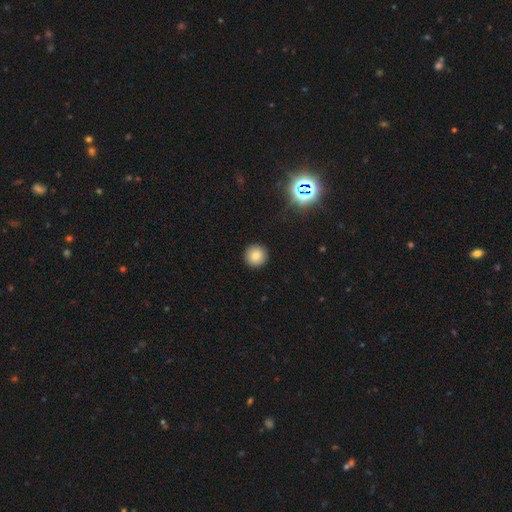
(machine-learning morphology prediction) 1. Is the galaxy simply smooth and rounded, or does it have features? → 83% smooth, 11% star or artifact, 6% featured or disk.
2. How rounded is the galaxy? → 96% round, 3% in between, 1% cigar-shaped.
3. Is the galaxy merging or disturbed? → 93% none, 5% minor disturbance, 2% major disturbance, 1% merger.